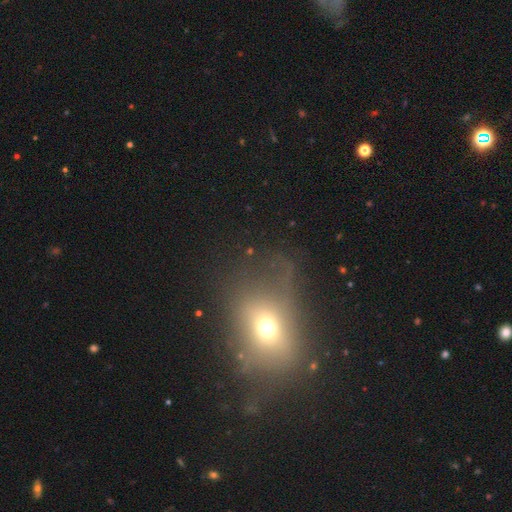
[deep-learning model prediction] A smooth galaxy with no disk features (47%).

Vote fractions:
- Smooth or featured? smooth: 47% / star or artifact: 29% / featured or disk: 24%
- Merging? none: 55% / minor disturbance: 22% / major disturbance: 18% / merger: 4%